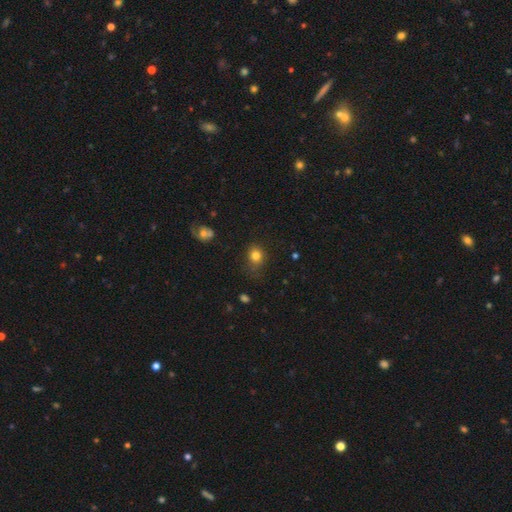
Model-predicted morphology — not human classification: Q: Smooth or featured?
A: smooth (79%); runner-up: star or artifact (13%)
Q: How rounded?
A: round (68%); runner-up: in between (31%)
Q: Merging?
A: none (67%); runner-up: minor disturbance (22%)